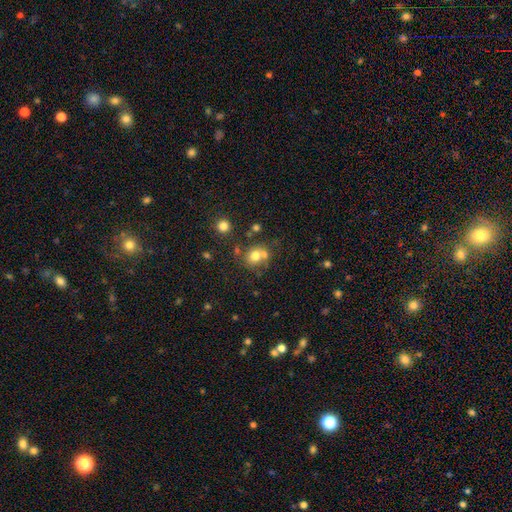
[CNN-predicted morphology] A smooth galaxy with no disk features (71%) that is round (73%).

Vote fractions:
- Smooth or featured? smooth: 71% / featured or disk: 16% / star or artifact: 13%
- How rounded? round: 73% / in between: 27% / cigar-shaped: 1%
- Merging? none: 50% / merger: 31% / minor disturbance: 13% / major disturbance: 6%